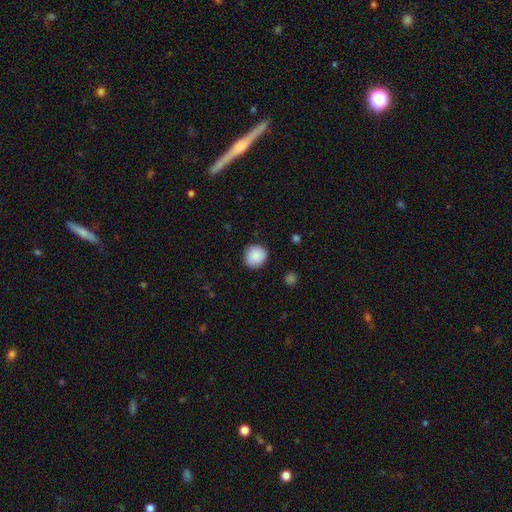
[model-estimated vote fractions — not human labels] smooth-or-featured: smooth: 89% | star or artifact: 7% | featured or disk: 4%
  how-rounded: round: 90% | in between: 9% | cigar-shaped: 1%
  merging: none: 88% | minor disturbance: 9% | major disturbance: 2% | merger: 1%